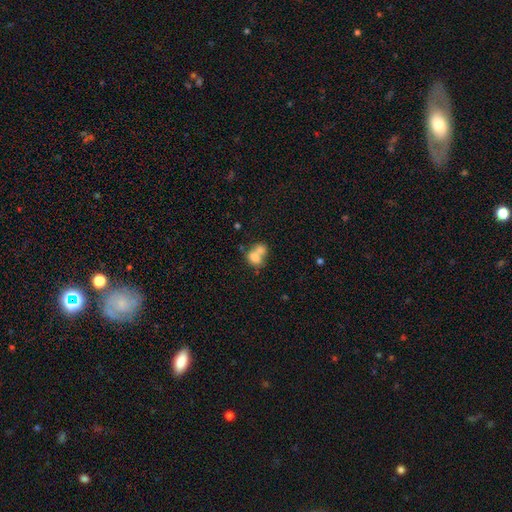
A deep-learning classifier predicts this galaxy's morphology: smooth 74%, featured or disk 17%, star or artifact 10%. Down the decision tree: how rounded — in between (59%); merging — merger (66%).